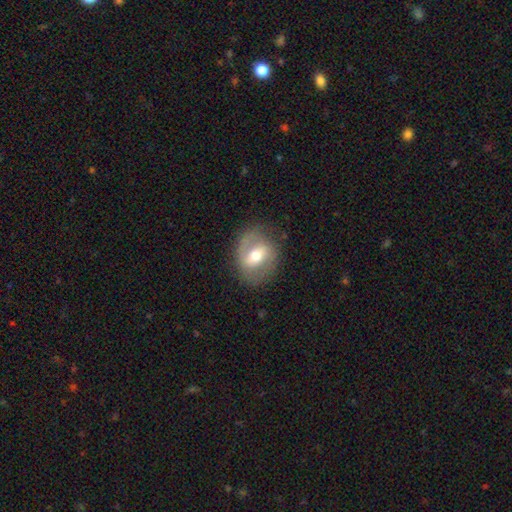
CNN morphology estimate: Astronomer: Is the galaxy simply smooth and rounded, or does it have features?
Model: featured or disk — 58% (runner-up: smooth, 35%).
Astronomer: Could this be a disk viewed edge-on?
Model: no — 94%.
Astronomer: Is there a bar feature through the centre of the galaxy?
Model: weak — 44% (runner-up: strong, 34%).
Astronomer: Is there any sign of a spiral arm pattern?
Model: yes — 58% (runner-up: no, 42%).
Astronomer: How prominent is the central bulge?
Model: moderate — 71%.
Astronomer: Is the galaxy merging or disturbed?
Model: none — 75%.